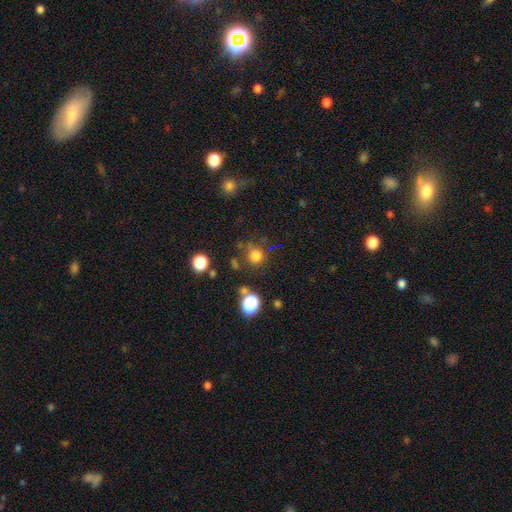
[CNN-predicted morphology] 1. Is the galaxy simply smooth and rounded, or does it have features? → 76% smooth, 18% star or artifact, 6% featured or disk.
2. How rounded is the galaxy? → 91% round, 8% in between, 1% cigar-shaped.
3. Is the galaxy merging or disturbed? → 73% none, 13% minor disturbance, 8% merger, 6% major disturbance.